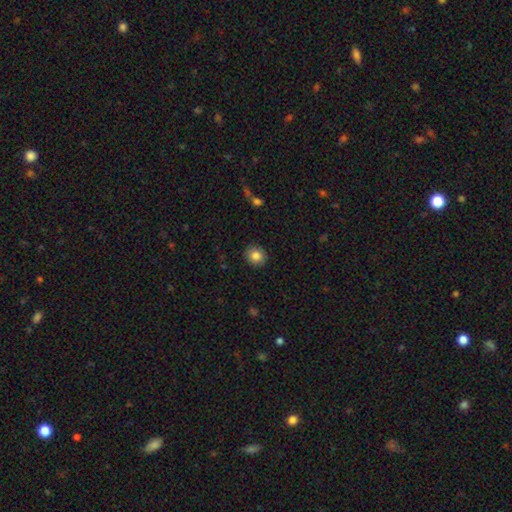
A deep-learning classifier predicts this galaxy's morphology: Q: Smooth or featured?
A: smooth (84%); runner-up: star or artifact (9%)
Q: How rounded?
A: round (79%); runner-up: in between (20%)
Q: Merging?
A: none (90%); runner-up: minor disturbance (7%)